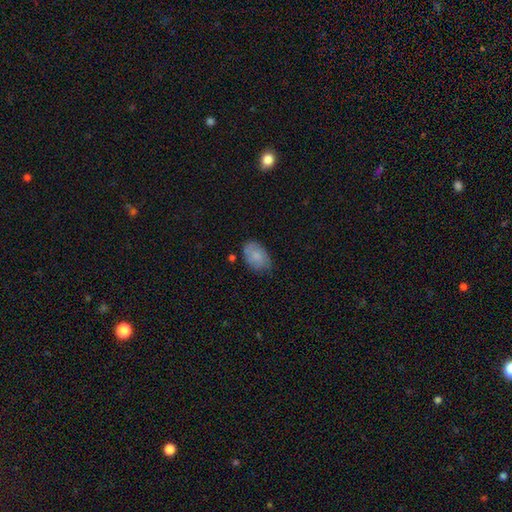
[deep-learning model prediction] Morphology: type=smooth (77%); roundness=in between (87%); merging=none (65%).